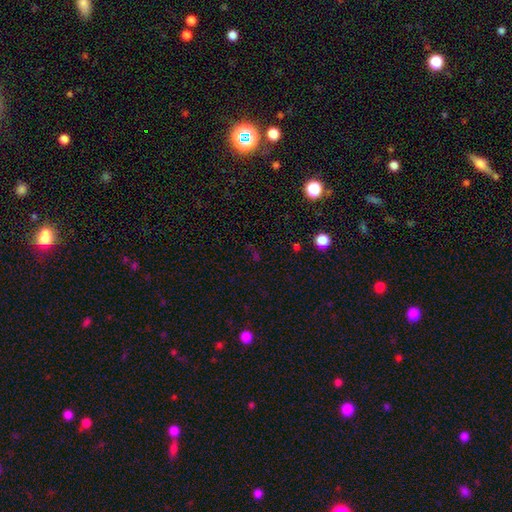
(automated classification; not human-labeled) This is likely a star or artifact rather than a galaxy (61%).